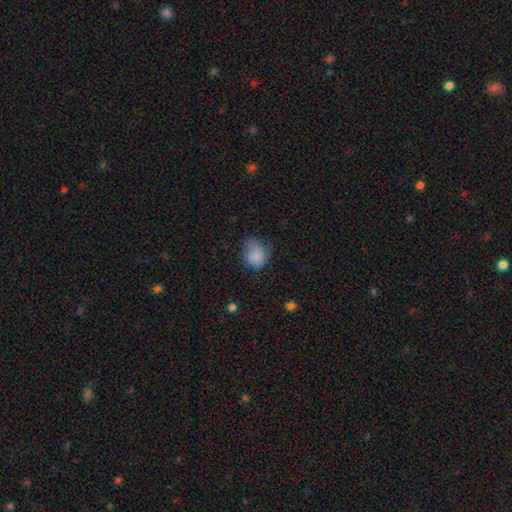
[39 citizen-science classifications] smooth 87%, star or artifact 8%, featured or disk 5%. Down the decision tree: how rounded — round (62%); merging — none (58%).